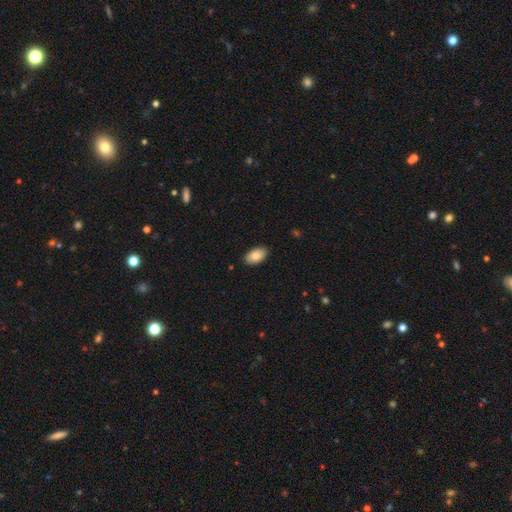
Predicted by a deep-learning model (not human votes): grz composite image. It shows a smooth galaxy with no disk features (85%) that is in between round and cigar-shaped (95%). Merging: none (89%).